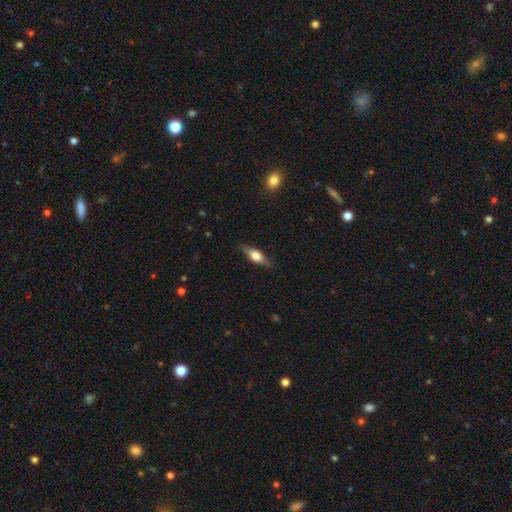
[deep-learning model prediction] Smooth or featured? smooth (57%)
How rounded? in between (60%)
Merging? none (79%)